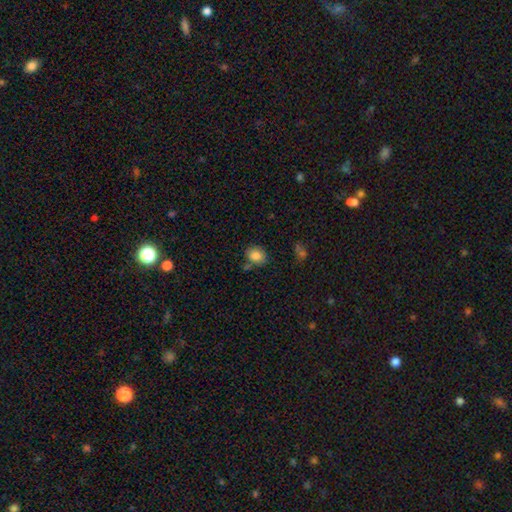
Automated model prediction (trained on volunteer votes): Smooth or featured? Predicted: smooth (p=0.84). How rounded? Predicted: round (p=0.50). Merging? Predicted: none (p=0.72).